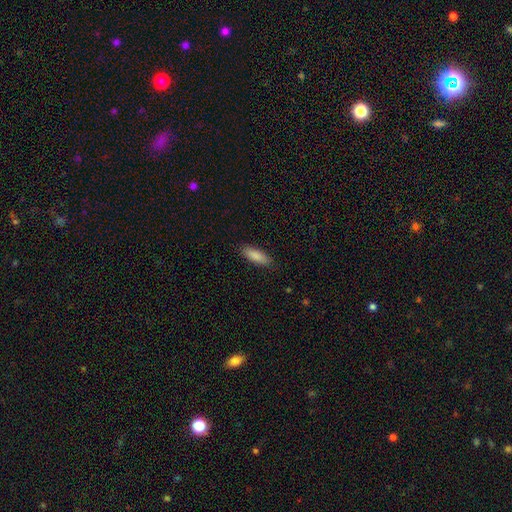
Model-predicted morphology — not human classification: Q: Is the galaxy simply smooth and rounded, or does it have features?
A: smooth — 87%.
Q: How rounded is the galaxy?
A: in between — 58%.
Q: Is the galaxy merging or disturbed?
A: none — 88%.